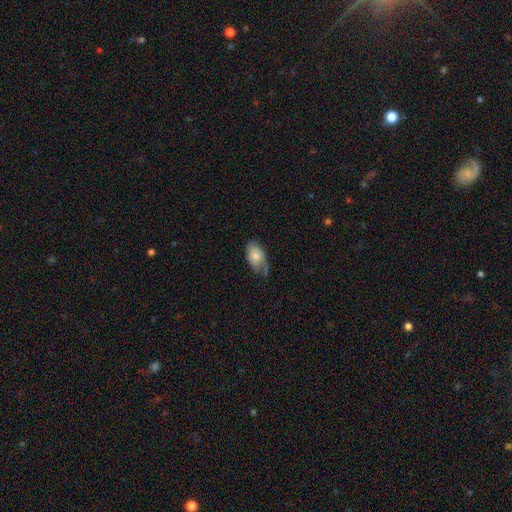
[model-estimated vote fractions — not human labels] Smooth or featured? Predicted: smooth (p=0.66). How rounded? Predicted: in between (p=0.92). Merging? Predicted: none (p=0.45).